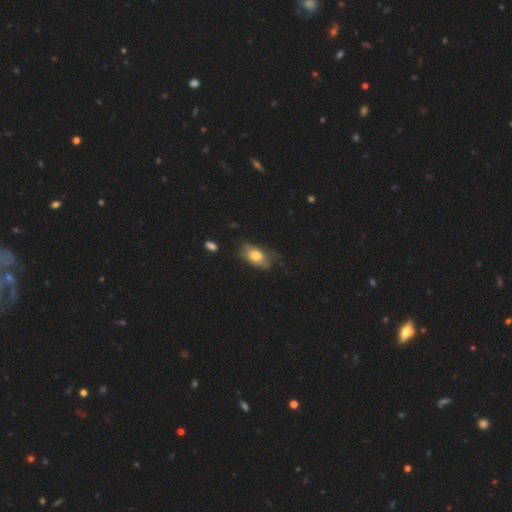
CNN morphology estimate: Overall: smooth (69%). How rounded: in between (87%). Merging: none (55%; minor disturbance 32%).